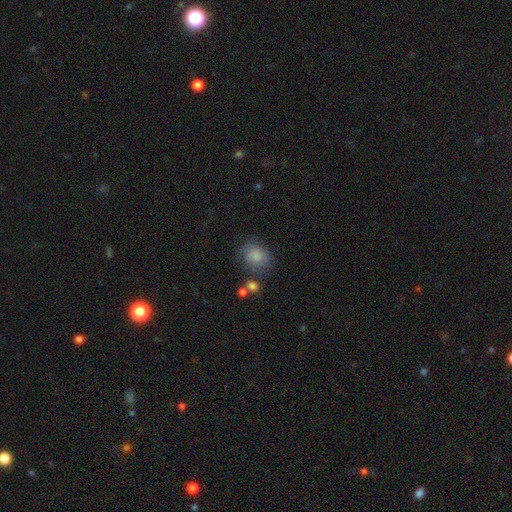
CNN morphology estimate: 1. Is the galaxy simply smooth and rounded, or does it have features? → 79% smooth, 12% featured or disk, 8% star or artifact.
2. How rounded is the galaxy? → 61% round, 38% in between, 1% cigar-shaped.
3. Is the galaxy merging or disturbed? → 59% none, 24% minor disturbance, 10% major disturbance, 6% merger.